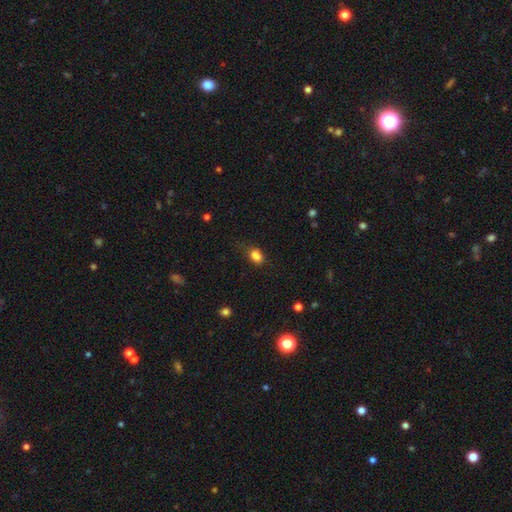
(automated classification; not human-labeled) smooth 83%, star or artifact 11%, featured or disk 6%. Down the decision tree: how rounded — in between (77%); merging — none (58%).